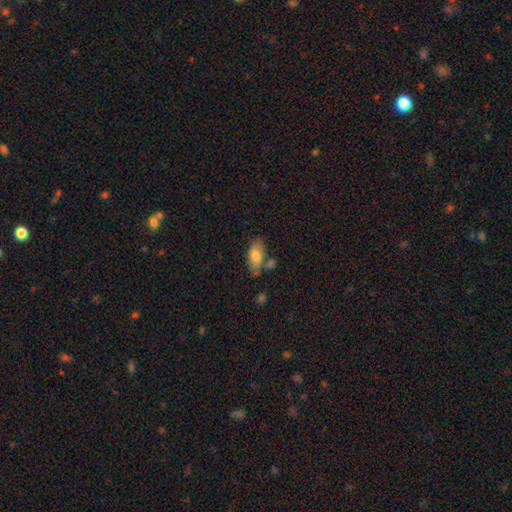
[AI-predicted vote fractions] Smooth or featured? Predicted: smooth (p=0.75). How rounded? Predicted: in between (p=0.88). Merging? Predicted: none (p=0.57).